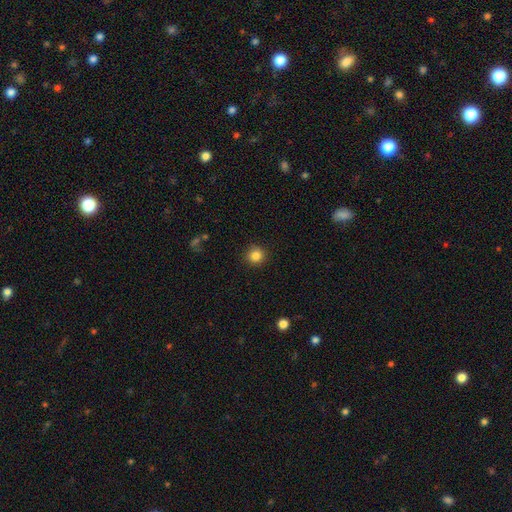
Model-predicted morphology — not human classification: Smooth or featured: smooth — 84% (star or artifact — 11%)
How rounded: round — 93% (in between — 6%)
Merging: none — 90% (minor disturbance — 7%)